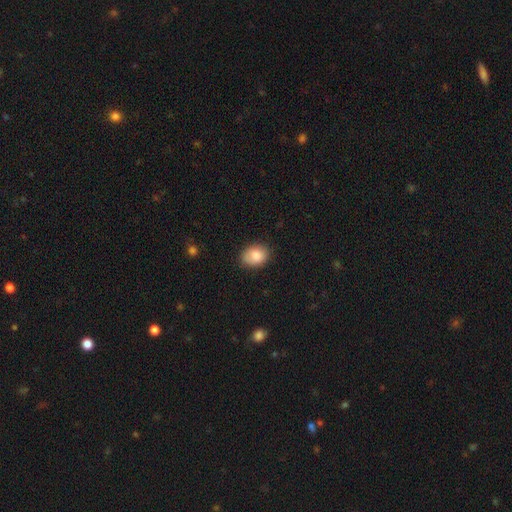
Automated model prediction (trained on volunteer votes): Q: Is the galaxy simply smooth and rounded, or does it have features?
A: smooth — 86%.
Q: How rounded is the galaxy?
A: in between — 70%.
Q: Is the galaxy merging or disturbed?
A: none — 79%.